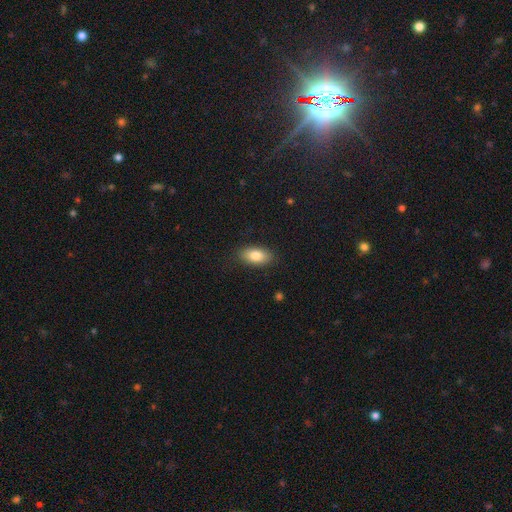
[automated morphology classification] This is clearly a smooth galaxy (82%). How rounded: clearly in between (90%). Merging: clearly none (86%).